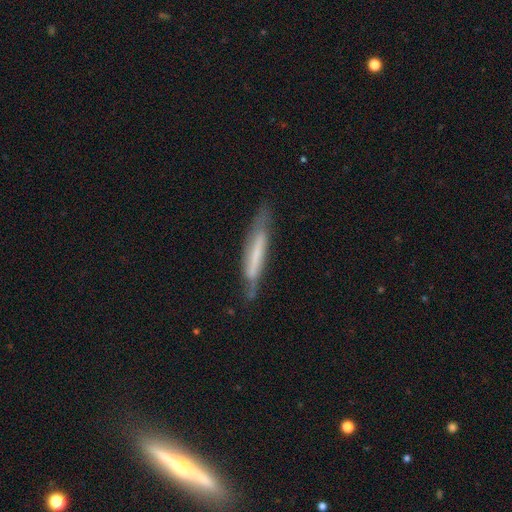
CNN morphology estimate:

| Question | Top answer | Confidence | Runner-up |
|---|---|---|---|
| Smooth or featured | featured or disk | 51% | smooth (42%) |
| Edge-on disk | yes | 77% | no (23%) |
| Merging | none | 65% | minor disturbance (25%) |